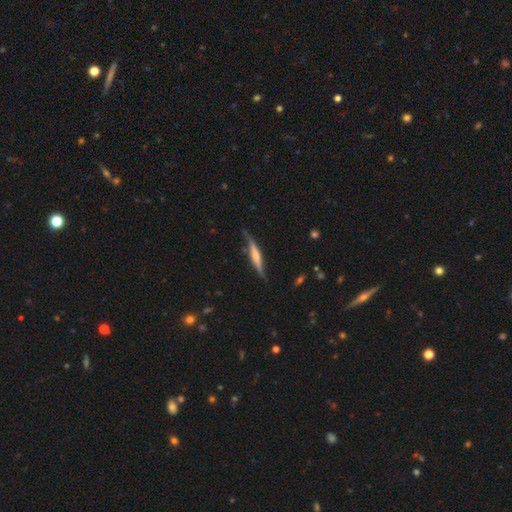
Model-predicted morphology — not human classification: A featured or disk galaxy (54%) viewed edge-on (91%). Merging: none (72%).